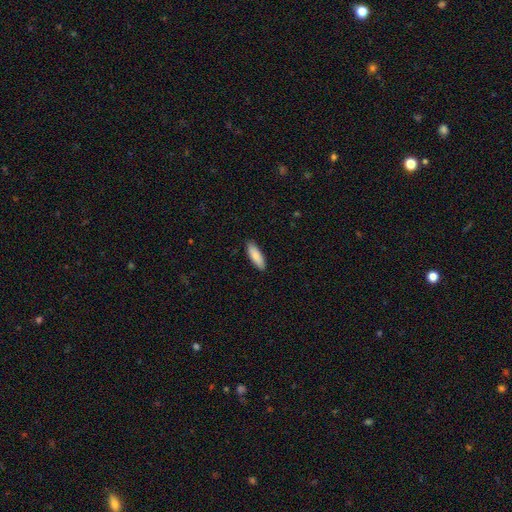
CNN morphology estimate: A smooth galaxy with no disk features (85%) that is in between round and cigar-shaped (56%).

Vote fractions:
- Smooth or featured? smooth: 85% / featured or disk: 10% / star or artifact: 5%
- How rounded? in between: 56% / cigar-shaped: 42% / round: 2%
- Merging? none: 89% / minor disturbance: 8% / major disturbance: 2% / merger: 1%